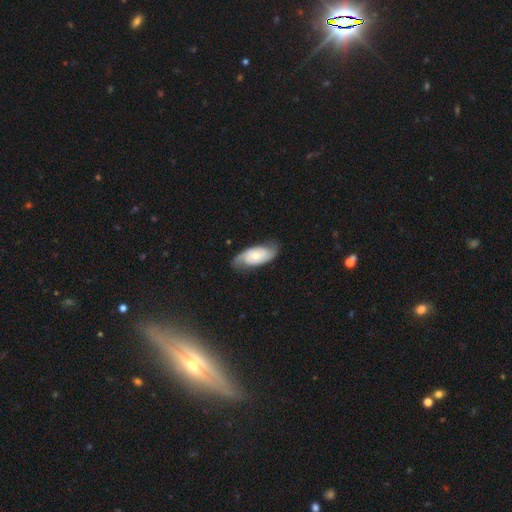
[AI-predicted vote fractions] Morphology: type=featured or disk (68%); edge-on=no (93%); bar=no (69%); spiral arms=yes (92%); winding=medium (42%); arm count=2 (84%); bulge=small (46%); merging=none (74%).